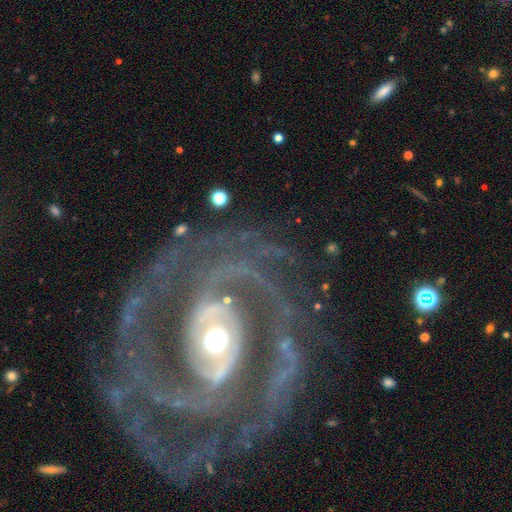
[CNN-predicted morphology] Overall: featured or disk (92%). Edge-on disk: no (97%). Bar: no (43%; strong 29%). Spiral arms: yes (98%). Spiral arm count: 2 (50%; 3 17%). Spiral winding: tight (59%; medium 34%). Bulge size: moderate (63%). Merging: none (74%).